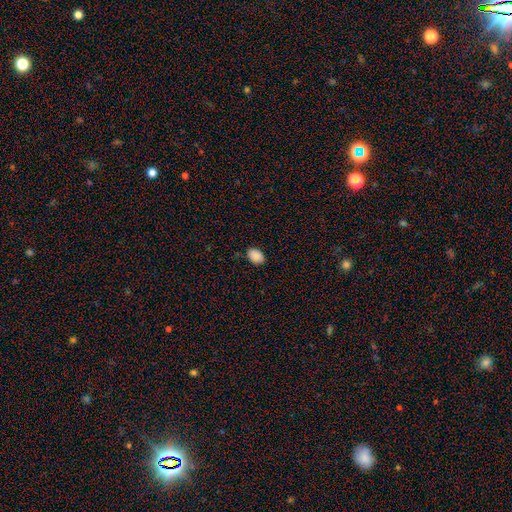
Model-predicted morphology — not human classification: A smooth galaxy with no disk features (89%) that is in between round and cigar-shaped (83%). Merging: none (84%).